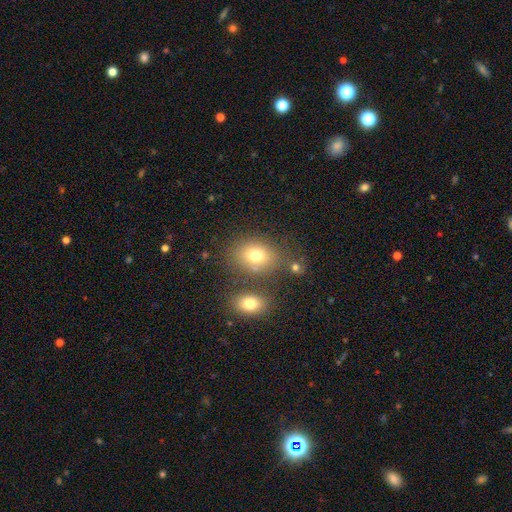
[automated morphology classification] A smooth galaxy with no disk features (75%) that is in between round and cigar-shaped (60%).

Vote fractions:
- Smooth or featured? smooth: 75% / star or artifact: 13% / featured or disk: 13%
- How rounded? in between: 60% / round: 39% / cigar-shaped: 1%
- Merging? none: 66% / merger: 15% / minor disturbance: 13% / major disturbance: 6%